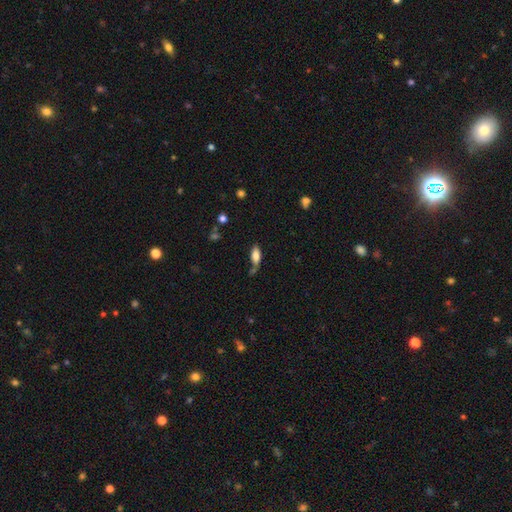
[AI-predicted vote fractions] smooth-or-featured: smooth: 78% | featured or disk: 14% | star or artifact: 8%
  how-rounded: in between: 80% | cigar-shaped: 18% | round: 3%
  merging: none: 57% | minor disturbance: 22% | merger: 13% | major disturbance: 7%